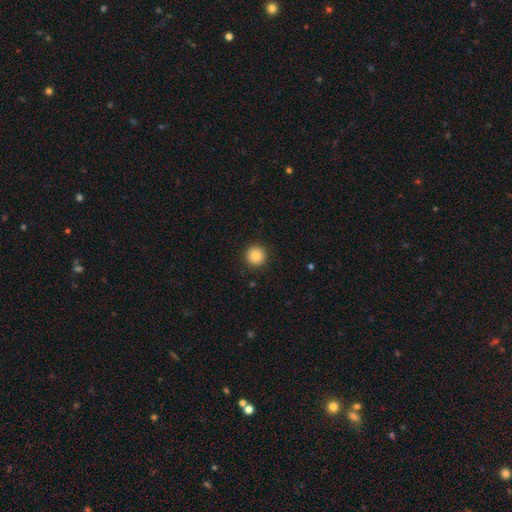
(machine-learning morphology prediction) Overall: smooth (85%). How rounded: round (96%). Merging: none (92%).